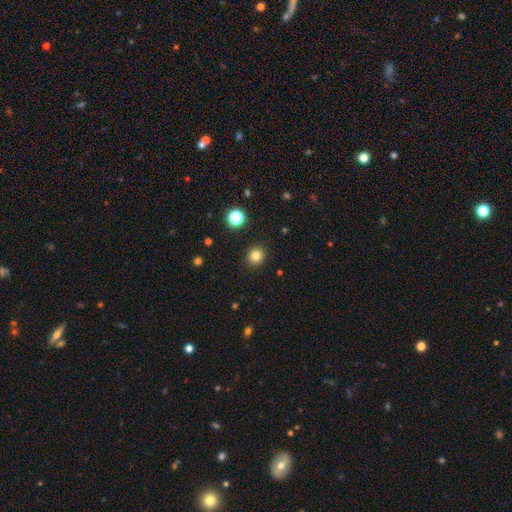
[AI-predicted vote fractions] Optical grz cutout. It shows a smooth galaxy with no disk features (81%) that is round (88%). Merging: none (91%).